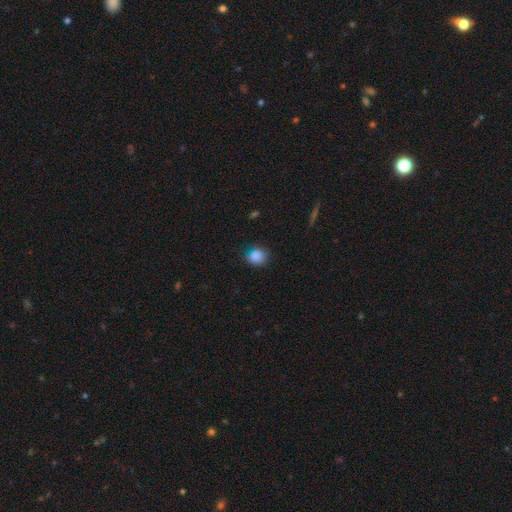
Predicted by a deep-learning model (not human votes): Q: Smooth or featured?
A: smooth (86%); runner-up: star or artifact (10%)
Q: How rounded?
A: round (73%); runner-up: in between (26%)
Q: Merging?
A: none (76%); runner-up: minor disturbance (18%)